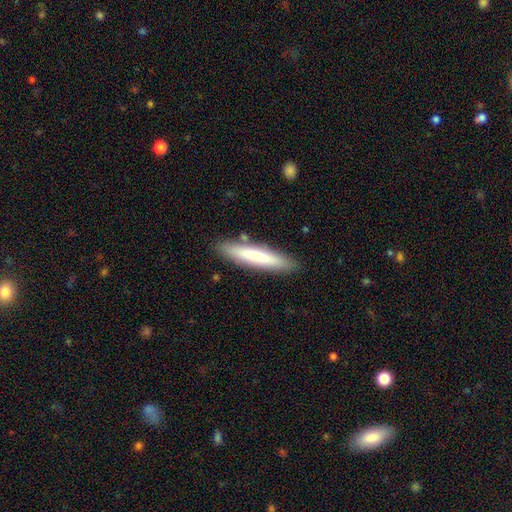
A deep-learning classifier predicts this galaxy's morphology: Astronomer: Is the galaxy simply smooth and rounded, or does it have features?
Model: smooth — 70%.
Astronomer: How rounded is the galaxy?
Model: cigar-shaped — 90%.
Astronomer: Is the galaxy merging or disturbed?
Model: none — 89%.